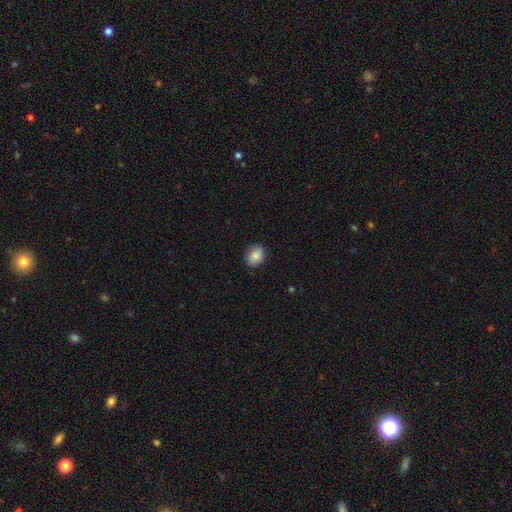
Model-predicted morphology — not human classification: Smooth or featured? smooth (87%)
How rounded? in between (57%)
Merging? none (84%)